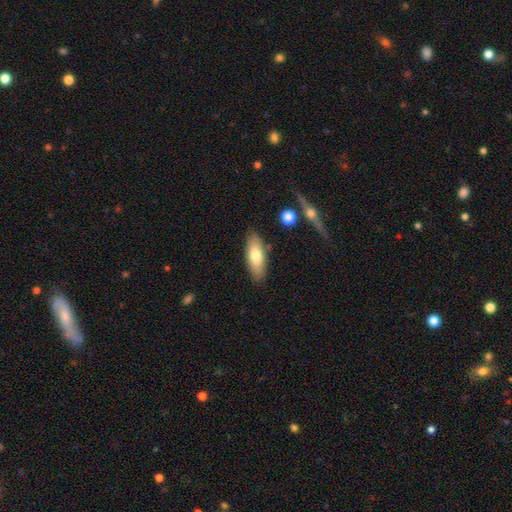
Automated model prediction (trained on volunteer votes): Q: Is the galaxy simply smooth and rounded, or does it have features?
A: smooth — 70%.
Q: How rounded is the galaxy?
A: in between — 70%.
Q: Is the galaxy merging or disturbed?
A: none — 83%.